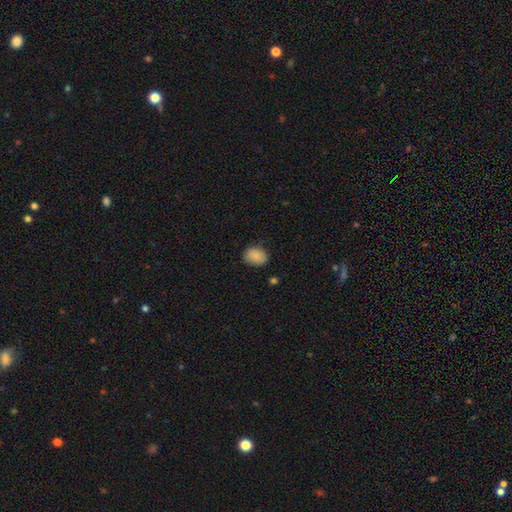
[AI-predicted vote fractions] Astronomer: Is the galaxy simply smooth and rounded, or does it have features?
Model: smooth — 87%.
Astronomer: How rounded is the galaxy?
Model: in between — 61% (runner-up: round, 38%).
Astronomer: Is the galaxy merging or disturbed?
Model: none — 77%.